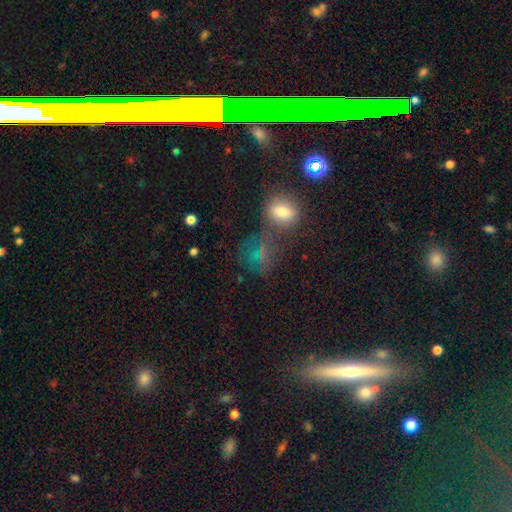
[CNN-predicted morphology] A smooth galaxy with no disk features (54%) that is round (48%). Merging: none (48%).